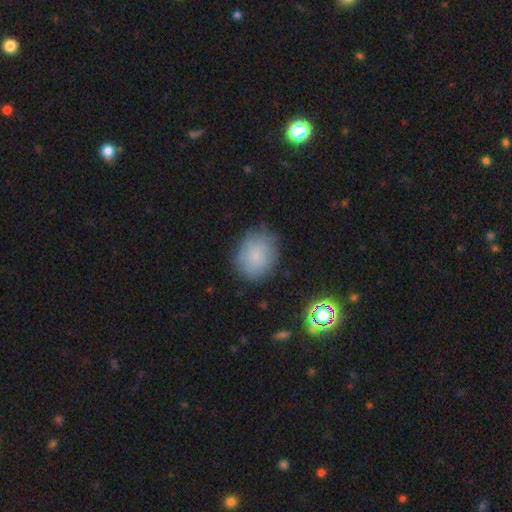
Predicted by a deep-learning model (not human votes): Smooth or featured? Predicted: smooth (p=0.76). How rounded? Predicted: round (p=0.59). Merging? Predicted: none (p=0.77).